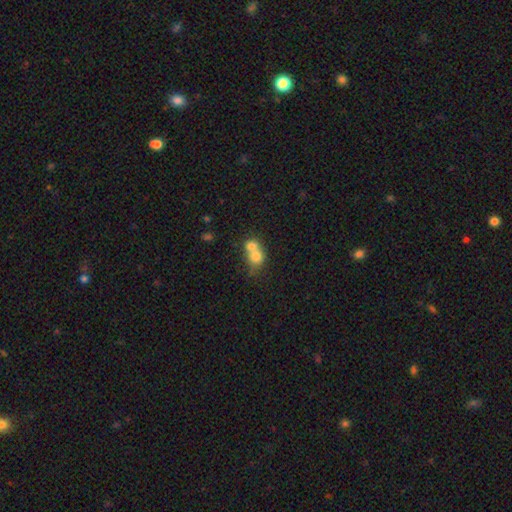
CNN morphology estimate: A smooth galaxy with no disk features (73%) that is round (68%). Merging: merger (71%).